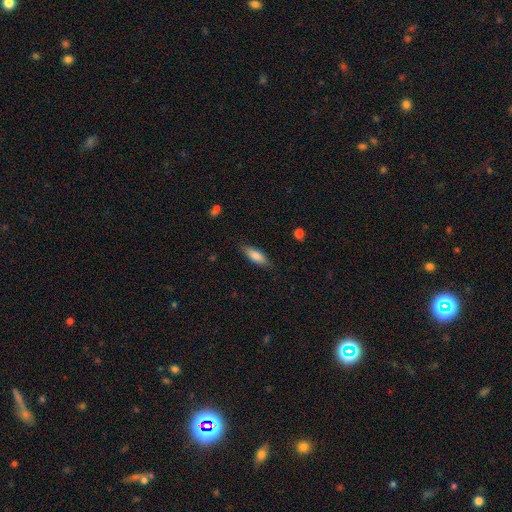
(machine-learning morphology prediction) A smooth galaxy with no disk features (77%) that is in between round and cigar-shaped (57%). Merging: none (83%).